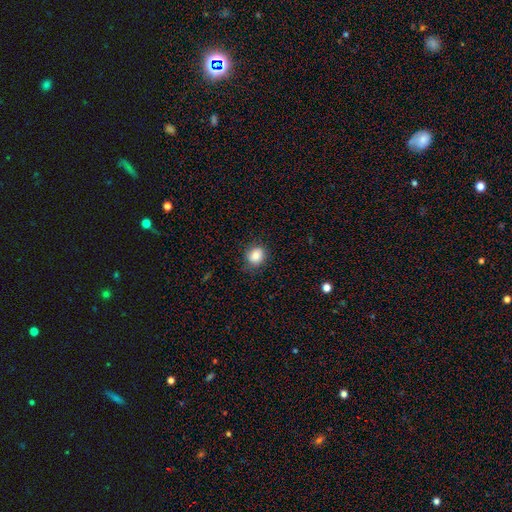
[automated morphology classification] Smooth or featured?
  - smooth: 83% *
  - star or artifact: 10%
  - featured or disk: 7%
How rounded?
  - round: 71% *
  - in between: 28%
  - cigar-shaped: 1%
Merging?
  - none: 80% *
  - minor disturbance: 15%
  - major disturbance: 4%
  - merger: 1%